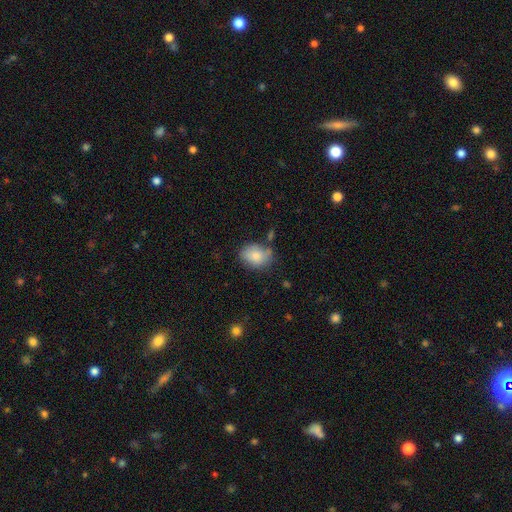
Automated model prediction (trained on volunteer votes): smooth-or-featured: smooth: 82% | featured or disk: 11% | star or artifact: 8%
  how-rounded: in between: 68% | round: 30% | cigar-shaped: 1%
  merging: none: 66% | minor disturbance: 22% | merger: 6% | major disturbance: 5%